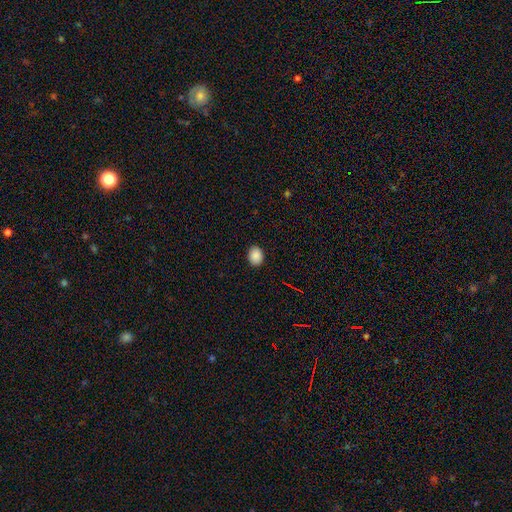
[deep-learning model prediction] Smooth or featured: smooth — 88% (star or artifact — 9%)
How rounded: in between — 53% (round — 46%)
Merging: none — 89% (minor disturbance — 8%)